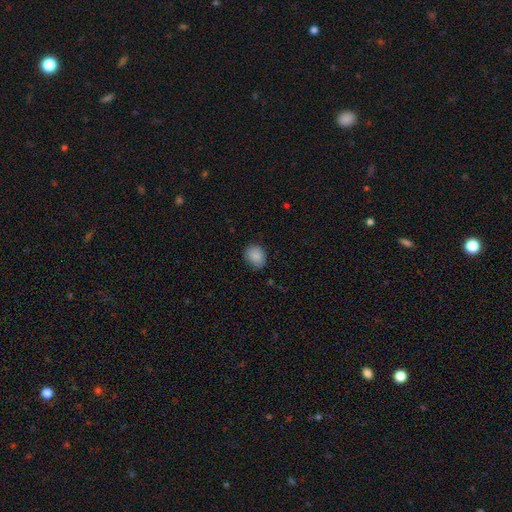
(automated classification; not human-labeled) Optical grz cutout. It shows a smooth galaxy with no disk features (87%) that is in between round and cigar-shaped (51%). Merging: none (78%).